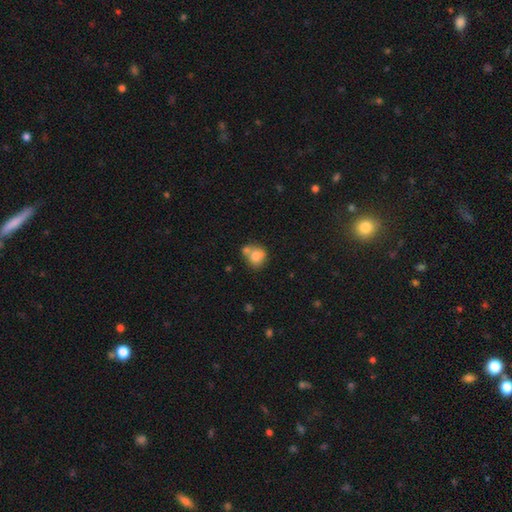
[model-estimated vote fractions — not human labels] Smooth or featured? smooth (78%)
How rounded? round (78%)
Merging? none (45%)